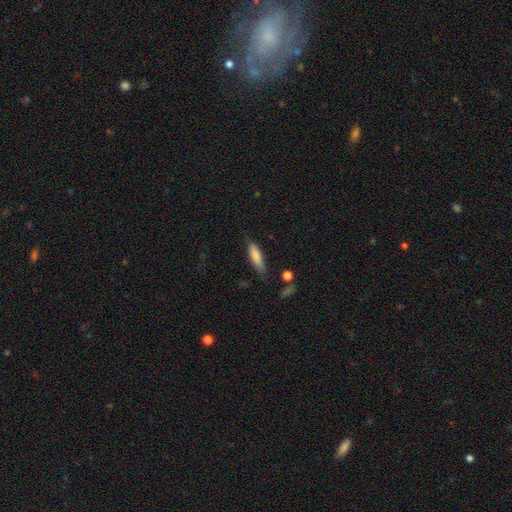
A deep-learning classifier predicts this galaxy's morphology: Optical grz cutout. It shows a smooth galaxy with no disk features (78%) that is cigar-shaped (69%). Merging: none (73%).